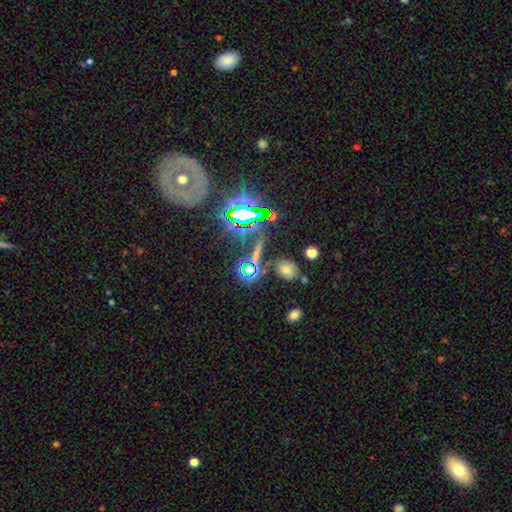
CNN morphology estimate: star or artifact 58%, smooth 28%, featured or disk 14%.